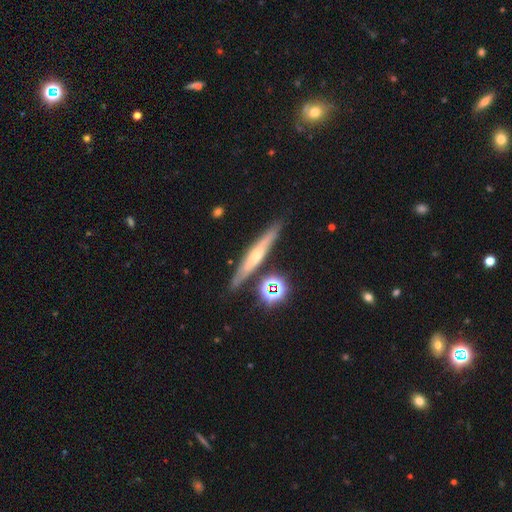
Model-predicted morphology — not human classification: type=featured or disk (58%); edge-on=yes (89%); edge-on bulge=rounded (66%); merging=none (82%).